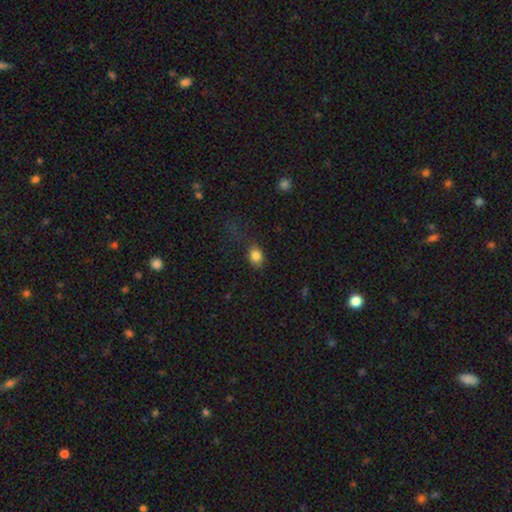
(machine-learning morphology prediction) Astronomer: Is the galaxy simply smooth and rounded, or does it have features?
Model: smooth — 84%.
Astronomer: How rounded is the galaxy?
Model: in between — 62%.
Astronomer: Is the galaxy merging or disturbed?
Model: none — 71%.